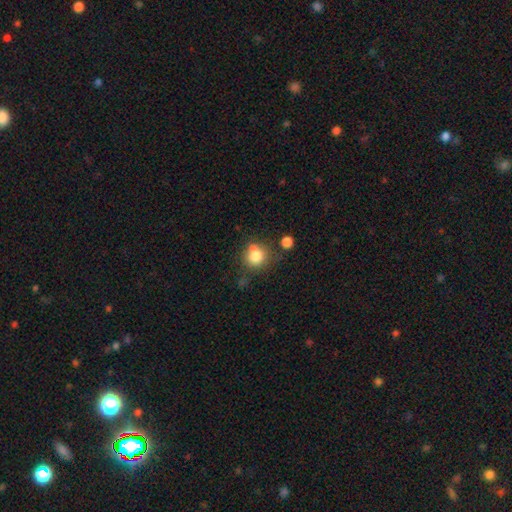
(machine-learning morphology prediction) Smooth or featured: smooth — 80% (star or artifact — 11%)
How rounded: round — 85% (in between — 14%)
Merging: none — 58% (merger — 18%)